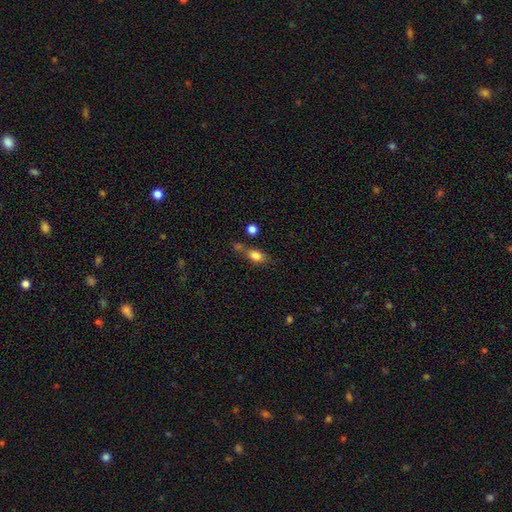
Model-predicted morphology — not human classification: Smooth or featured? Predicted: smooth (p=0.79). How rounded? Predicted: in between (p=0.72). Merging? Predicted: none (p=0.52).